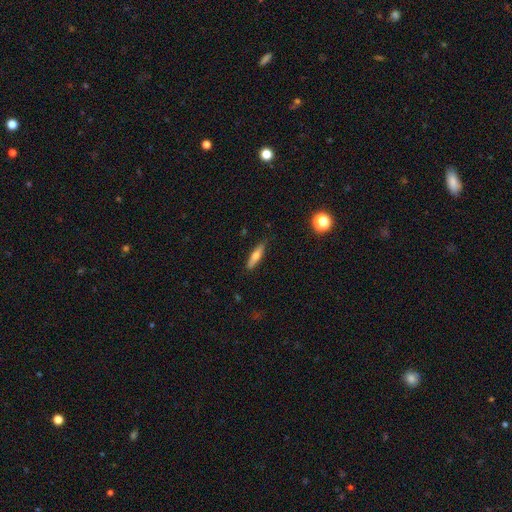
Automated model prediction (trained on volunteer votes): A smooth galaxy with no disk features (61%) that is cigar-shaped (72%). Merging: none (86%).